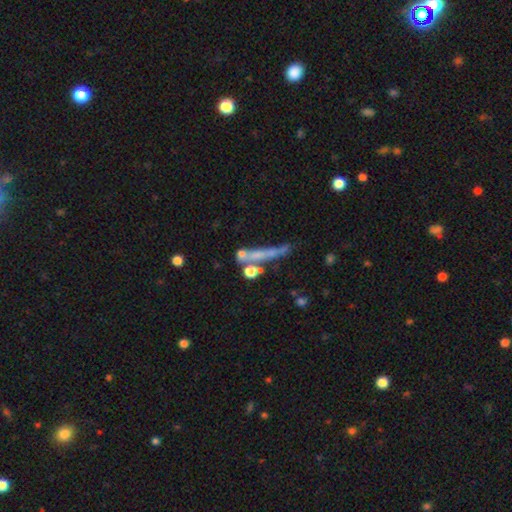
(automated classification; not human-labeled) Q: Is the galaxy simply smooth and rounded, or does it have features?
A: smooth — 45%.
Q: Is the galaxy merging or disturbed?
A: none — 44%.